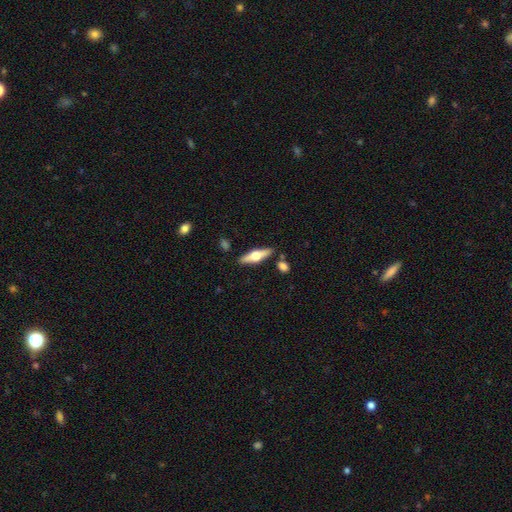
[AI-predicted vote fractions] This is likely a featured or disk galaxy (61%). It is clearly viewed edge-on (94%). Edge-on bulge: clearly rounded (95%). Merging: clearly none (84%).